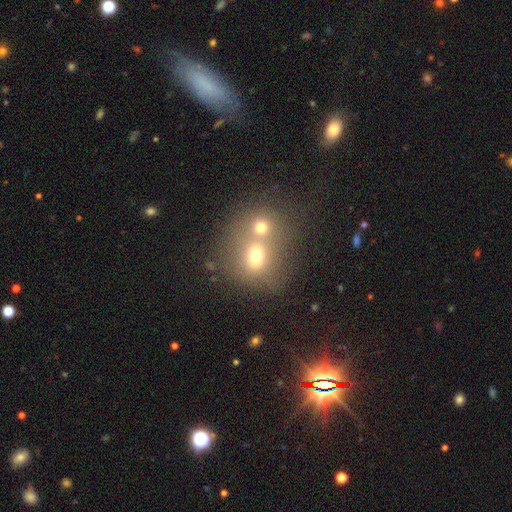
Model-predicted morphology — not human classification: smooth_or_featured: smooth (p=0.64) [alt: featured or disk p=0.20]
how_rounded: round (p=0.73) [alt: in between p=0.26]
merging: merger (p=0.57) [alt: none p=0.31]